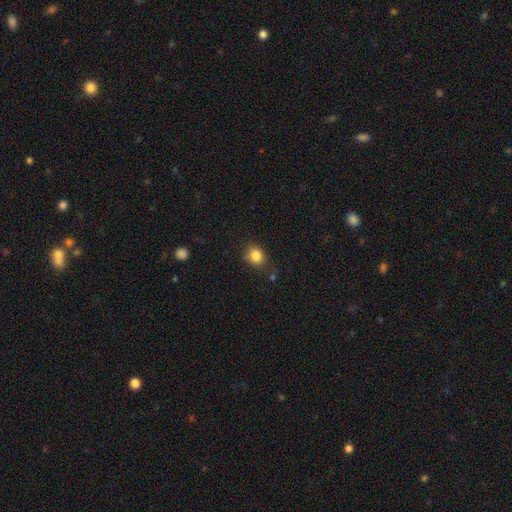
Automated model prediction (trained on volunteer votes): Smooth or featured?
  - smooth: 84% *
  - star or artifact: 10%
  - featured or disk: 5%
How rounded?
  - round: 66% *
  - in between: 33%
  - cigar-shaped: 1%
Merging?
  - none: 77% *
  - minor disturbance: 16%
  - major disturbance: 4%
  - merger: 3%